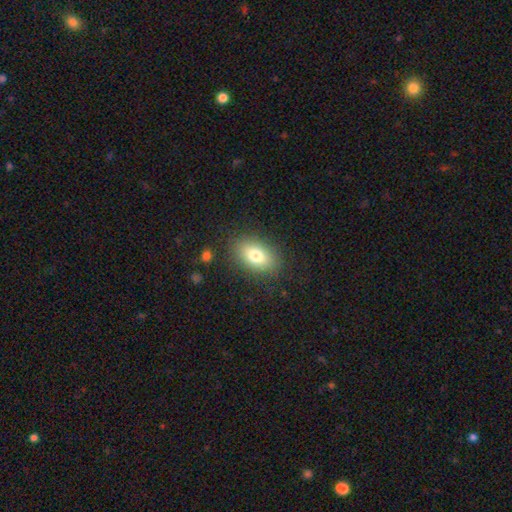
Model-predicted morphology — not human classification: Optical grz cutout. It shows a smooth galaxy with no disk features (77%) that is in between round and cigar-shaped (85%). Merging: none (85%).